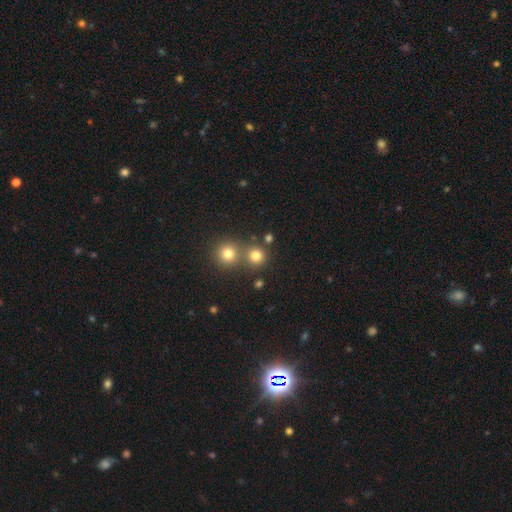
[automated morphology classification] Smooth or featured?
  - smooth: 78% *
  - star or artifact: 16%
  - featured or disk: 7%
How rounded?
  - round: 91% *
  - in between: 8%
  - cigar-shaped: 1%
Merging?
  - none: 68% *
  - merger: 23%
  - minor disturbance: 7%
  - major disturbance: 3%